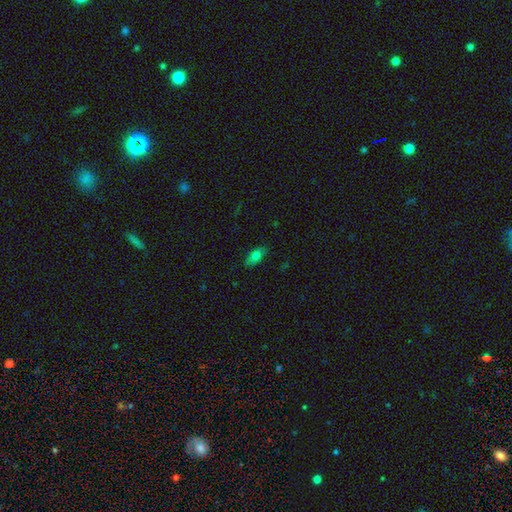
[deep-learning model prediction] smooth-or-featured: smooth: 76% | featured or disk: 14% | star or artifact: 10%
  how-rounded: in between: 85% | cigar-shaped: 11% | round: 4%
  merging: none: 83% | minor disturbance: 13% | major disturbance: 3% | merger: 1%